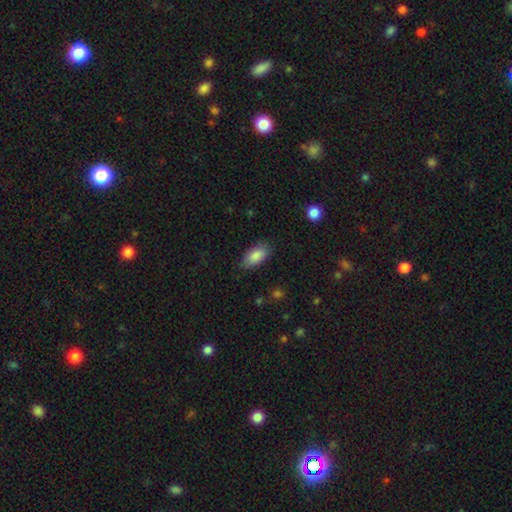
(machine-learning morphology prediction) Q: Smooth or featured?
A: smooth (87%); runner-up: featured or disk (7%)
Q: How rounded?
A: in between (91%); runner-up: cigar-shaped (7%)
Q: Merging?
A: none (81%); runner-up: minor disturbance (14%)